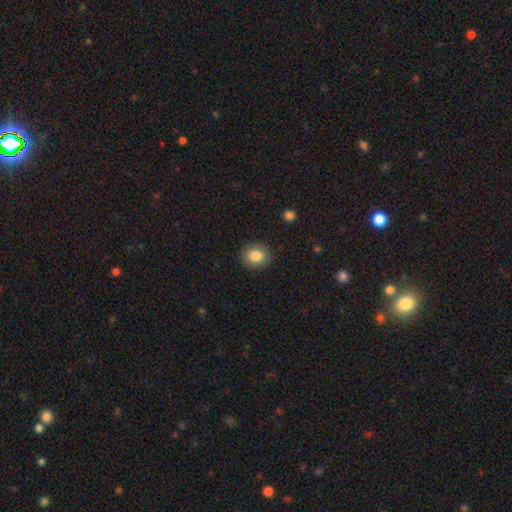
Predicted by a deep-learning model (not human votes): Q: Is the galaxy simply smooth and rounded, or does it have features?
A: smooth — 84%.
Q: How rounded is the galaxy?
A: round — 72%.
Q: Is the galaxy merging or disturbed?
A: none — 87%.